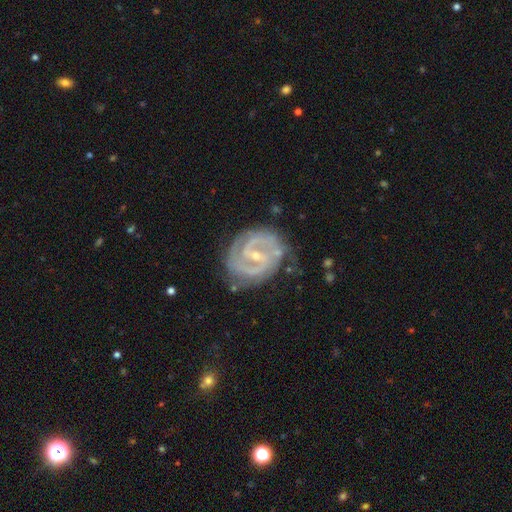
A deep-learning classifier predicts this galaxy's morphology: This is clearly a featured or disk galaxy (90%). It is clearly not viewed edge-on (97%). Bar: possibly weak (46%). Spiral arm pattern: clearly yes (98%). Spiral arm count: likely 2 (77%). Spiral winding: possibly tight (56%). Central bulge: likely small (70%). Merging: likely none (73%).